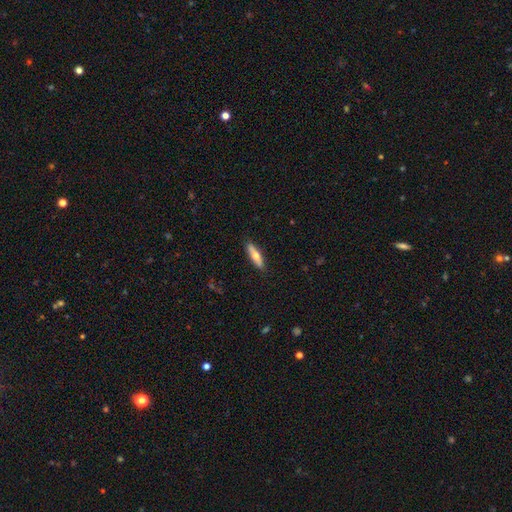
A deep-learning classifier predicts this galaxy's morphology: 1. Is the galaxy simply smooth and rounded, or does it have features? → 56% smooth, 38% featured or disk, 6% star or artifact.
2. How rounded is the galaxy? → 68% cigar-shaped, 30% in between, 2% round.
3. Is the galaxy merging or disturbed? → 88% none, 9% minor disturbance, 2% major disturbance, 1% merger.